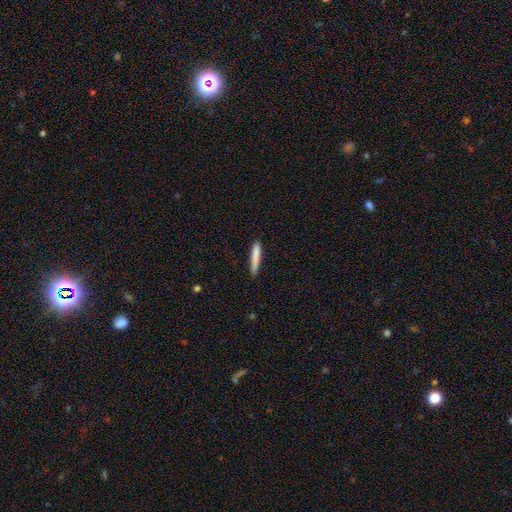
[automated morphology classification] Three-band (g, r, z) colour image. It shows a smooth galaxy with no disk features (83%) that is cigar-shaped (93%). Merging: none (82%).